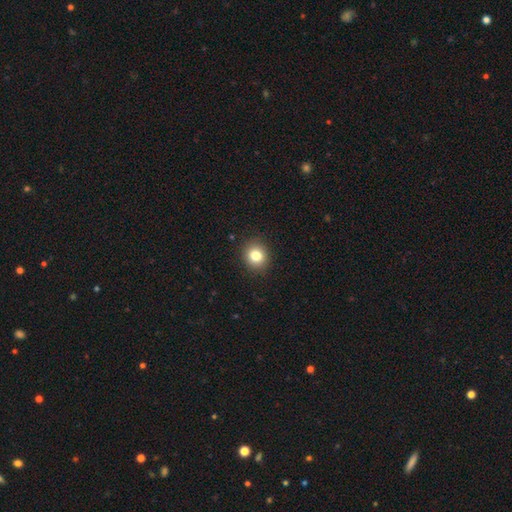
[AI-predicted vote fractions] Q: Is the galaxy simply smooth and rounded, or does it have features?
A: smooth — 82%.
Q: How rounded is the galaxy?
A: round — 79%.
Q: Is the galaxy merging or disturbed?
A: none — 90%.